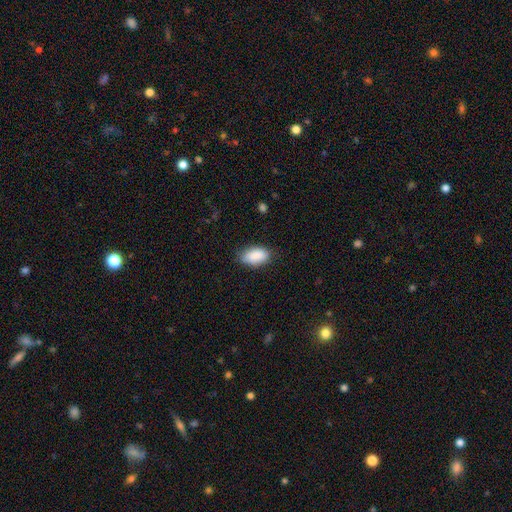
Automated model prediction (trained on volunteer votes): Smooth or featured?
  - smooth: 89% *
  - star or artifact: 6%
  - featured or disk: 4%
How rounded?
  - in between: 93% *
  - round: 5%
  - cigar-shaped: 2%
Merging?
  - none: 80% *
  - minor disturbance: 16%
  - major disturbance: 3%
  - merger: 1%